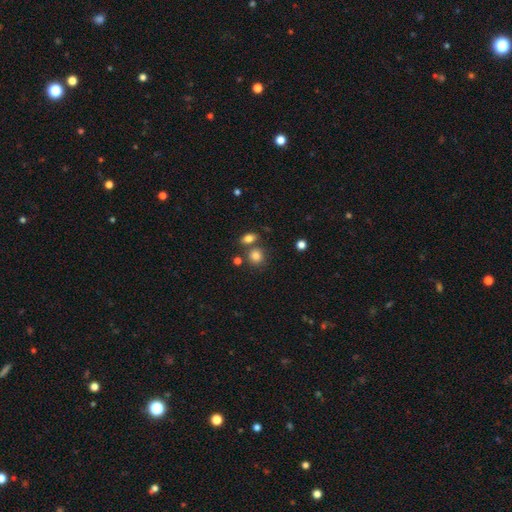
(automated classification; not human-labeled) smooth 82%, star or artifact 11%, featured or disk 7%. Down the decision tree: how rounded — round (78%); merging — none (66%).